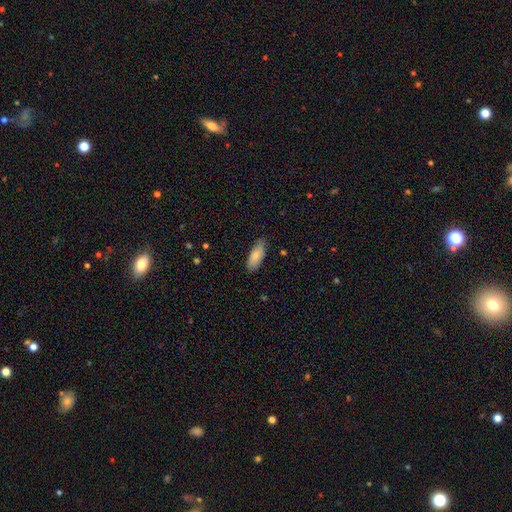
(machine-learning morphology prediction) Overall: smooth (82%). How rounded: in between (81%). Merging: none (79%).